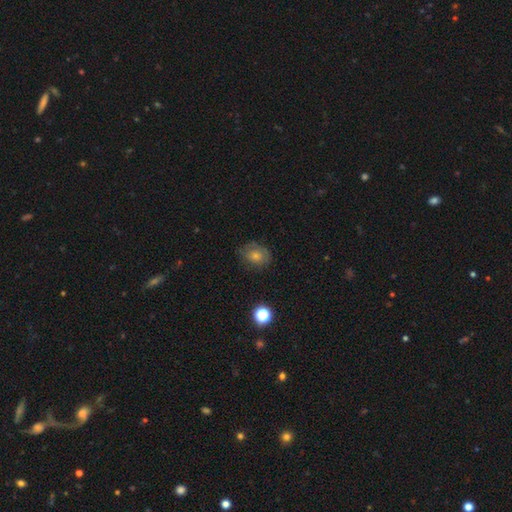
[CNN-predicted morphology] Smooth or featured?
  - smooth: 56% *
  - featured or disk: 24%
  - star or artifact: 20%
How rounded?
  - round: 59% *
  - in between: 40%
  - cigar-shaped: 1%
Merging?
  - none: 78% *
  - minor disturbance: 16%
  - major disturbance: 5%
  - merger: 1%